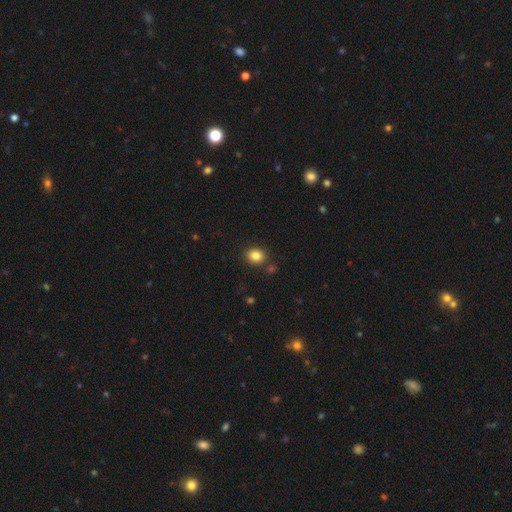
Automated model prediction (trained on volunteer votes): This is clearly a smooth galaxy (84%). How rounded: likely round (62%). Merging: clearly none (84%).